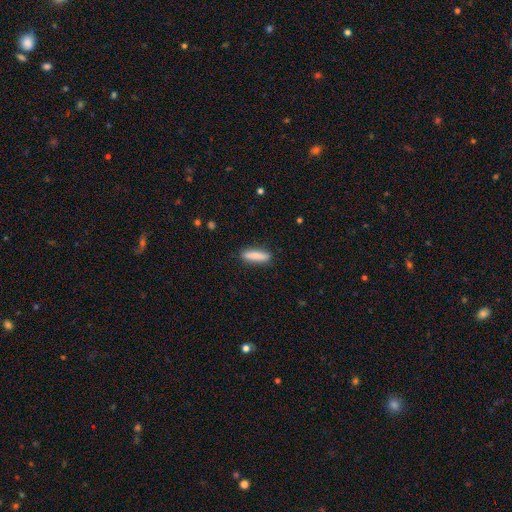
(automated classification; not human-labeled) This appears to be a smooth galaxy with no disk features (84%) that is cigar-shaped (68%). Merging: none (87%).